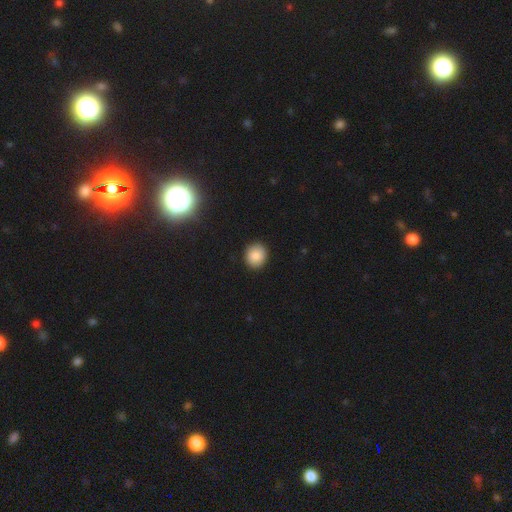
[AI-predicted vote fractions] Q: Smooth or featured?
A: smooth (87%); runner-up: star or artifact (9%)
Q: How rounded?
A: round (82%); runner-up: in between (17%)
Q: Merging?
A: none (91%); runner-up: minor disturbance (6%)